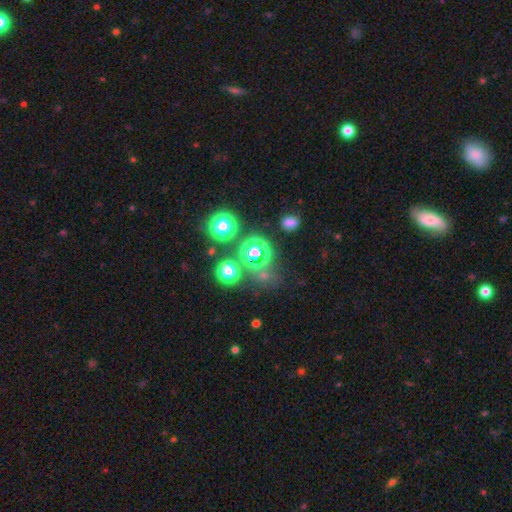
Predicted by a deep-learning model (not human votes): Smooth or featured?
  - star or artifact: 51% *
  - smooth: 40%
  - featured or disk: 8%